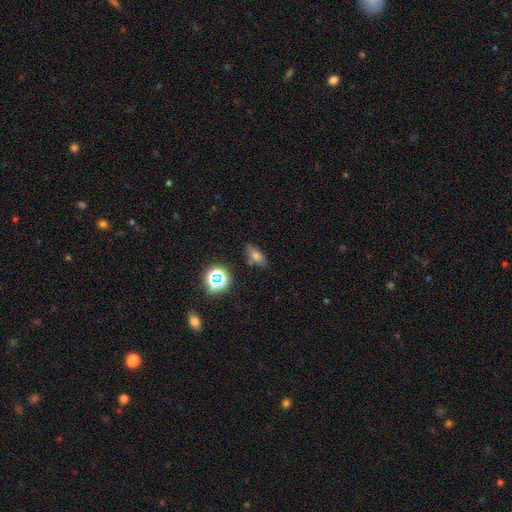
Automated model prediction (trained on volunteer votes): smooth_or_featured: smooth (p=0.66) [alt: star or artifact p=0.17]
how_rounded: in between (p=0.75) [alt: cigar-shaped p=0.16]
merging: none (p=0.75) [alt: minor disturbance p=0.16]